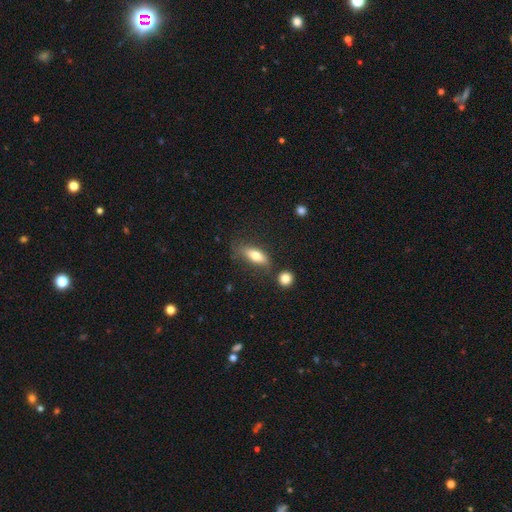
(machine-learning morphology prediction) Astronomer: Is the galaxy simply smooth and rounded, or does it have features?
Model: smooth — 70%.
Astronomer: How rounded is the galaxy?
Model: in between — 69%.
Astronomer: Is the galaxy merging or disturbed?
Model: none — 56%.